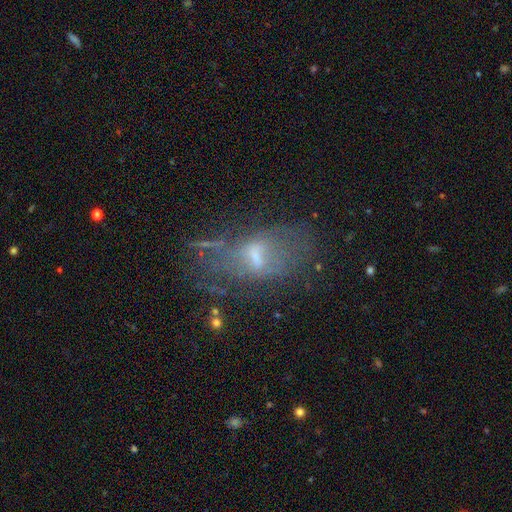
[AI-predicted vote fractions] A featured or disk galaxy (57%).

Vote fractions:
- Smooth or featured? featured or disk: 57% / smooth: 28% / star or artifact: 15%
- Edge-on disk? no: 85% / yes: 15%
- Merging? none: 42% / major disturbance: 30% / minor disturbance: 21% / merger: 6%